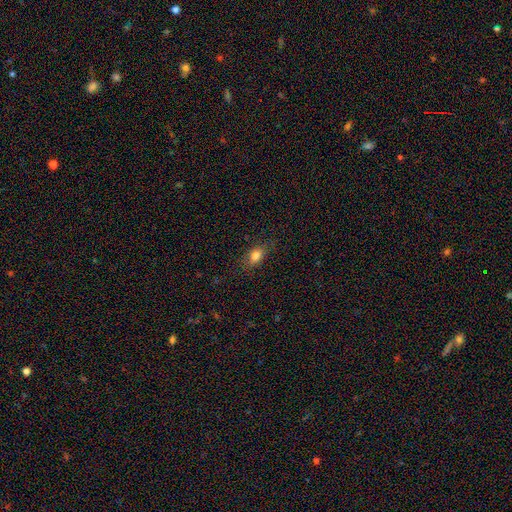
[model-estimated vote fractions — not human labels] smooth-or-featured: smooth: 81% | star or artifact: 10% | featured or disk: 10%
  how-rounded: in between: 79% | round: 16% | cigar-shaped: 5%
  merging: none: 81% | minor disturbance: 14% | major disturbance: 4% | merger: 1%